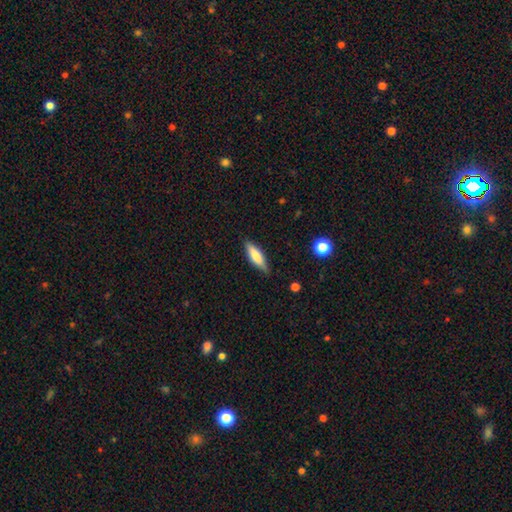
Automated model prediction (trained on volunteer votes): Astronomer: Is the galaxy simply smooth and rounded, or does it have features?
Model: smooth — 68%.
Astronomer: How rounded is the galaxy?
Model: cigar-shaped — 61% (runner-up: in between, 37%).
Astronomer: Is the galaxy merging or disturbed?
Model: none — 84%.